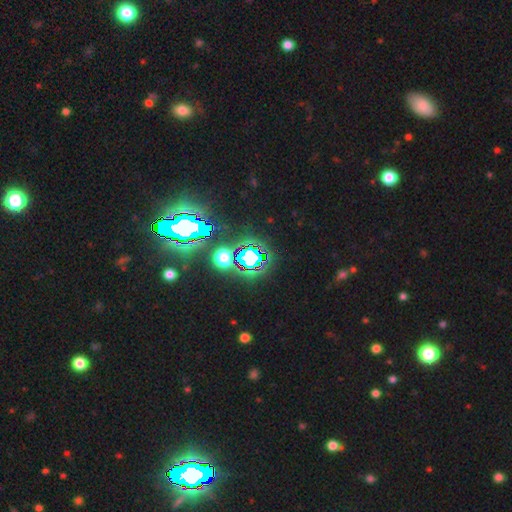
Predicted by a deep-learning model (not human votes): Smooth or featured? star or artifact (78%)